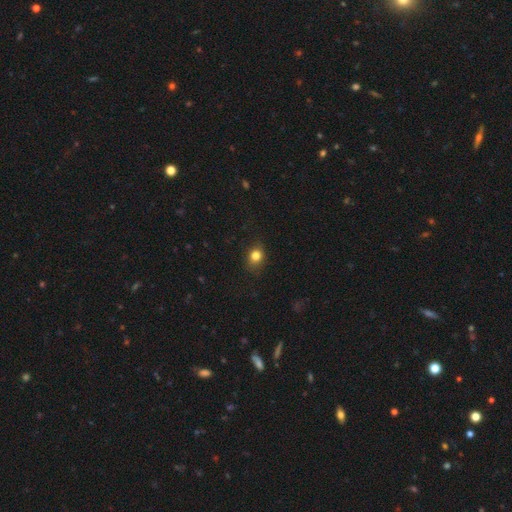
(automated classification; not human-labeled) smooth 81%, star or artifact 12%, featured or disk 7%. Down the decision tree: how rounded — round (62%); merging — none (82%).